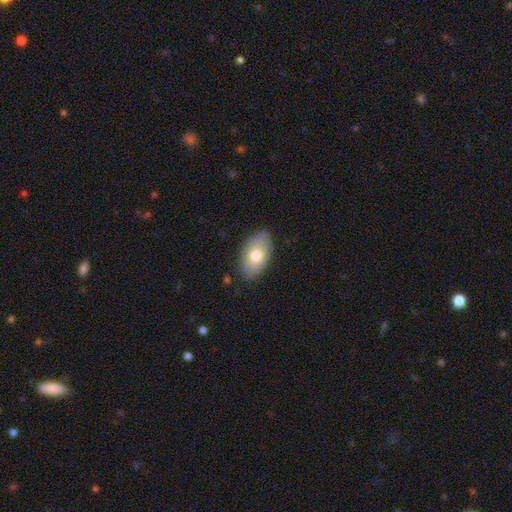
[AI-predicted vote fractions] smooth-or-featured: smooth: 71% | featured or disk: 22% | star or artifact: 6%
  how-rounded: in between: 93% | round: 5% | cigar-shaped: 2%
  merging: none: 82% | minor disturbance: 14% | major disturbance: 3% | merger: 1%